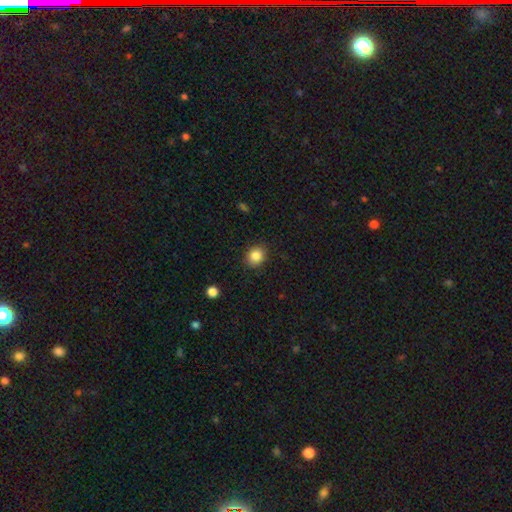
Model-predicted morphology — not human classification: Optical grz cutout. It shows a smooth galaxy with no disk features (85%) that is round (74%). Merging: none (89%).